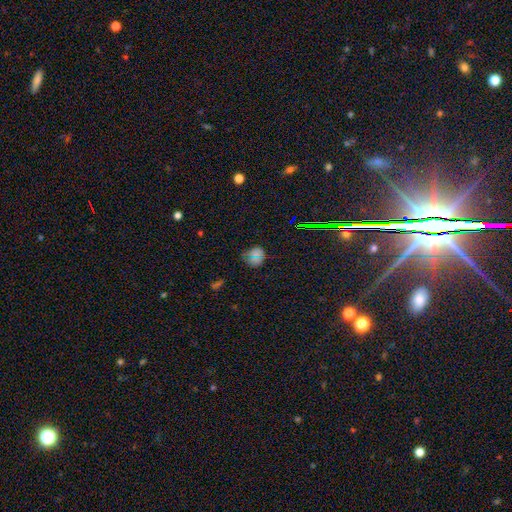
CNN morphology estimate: Overall: smooth (61%; star or artifact 28%). How rounded: round (69%). Merging: none (65%).